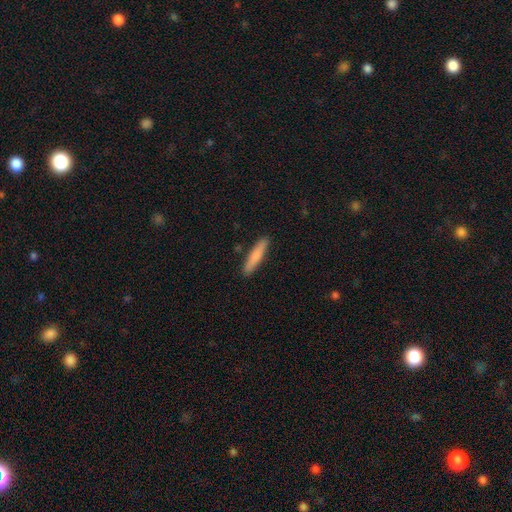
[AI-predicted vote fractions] The model was most divided on "smooth or featured": smooth: 79%, featured or disk: 16%, star or artifact: 5%. More confident: merging — none (90%); how rounded — cigar-shaped (88%).